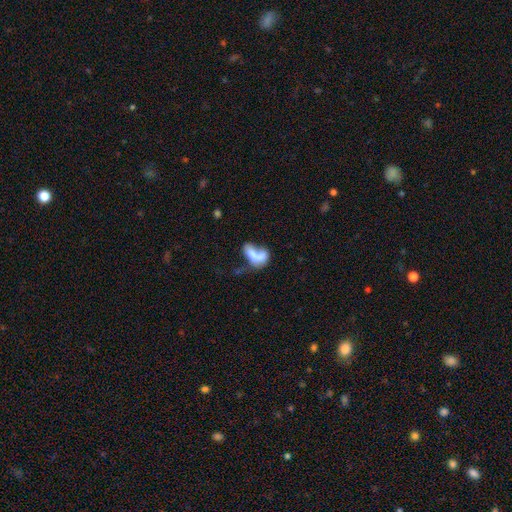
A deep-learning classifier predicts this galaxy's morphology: Smooth or featured?
  - smooth: 57% *
  - featured or disk: 33%
  - star or artifact: 10%
How rounded?
  - in between: 81% *
  - cigar-shaped: 10%
  - round: 9%
Merging?
  - merger: 42% *
  - major disturbance: 26%
  - none: 20%
  - minor disturbance: 13%